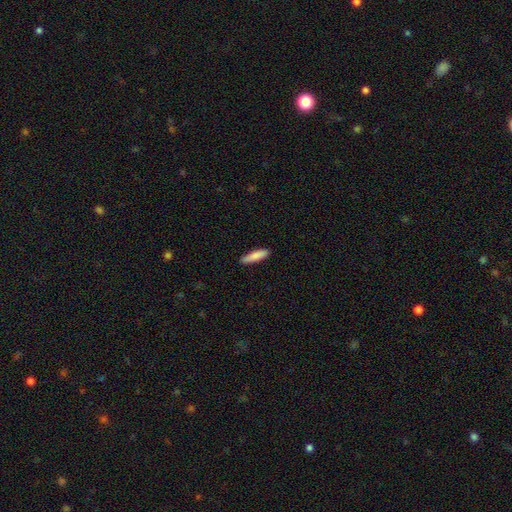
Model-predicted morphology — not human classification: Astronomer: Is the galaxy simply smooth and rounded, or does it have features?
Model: smooth — 83%.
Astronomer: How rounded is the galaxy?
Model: cigar-shaped — 75%.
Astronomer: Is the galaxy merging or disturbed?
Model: none — 89%.